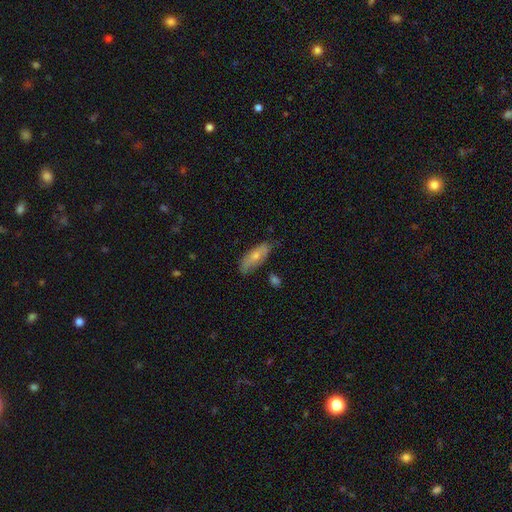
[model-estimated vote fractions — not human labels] A smooth galaxy with no disk features (65%) that is in between round and cigar-shaped (72%). Merging: none (64%).